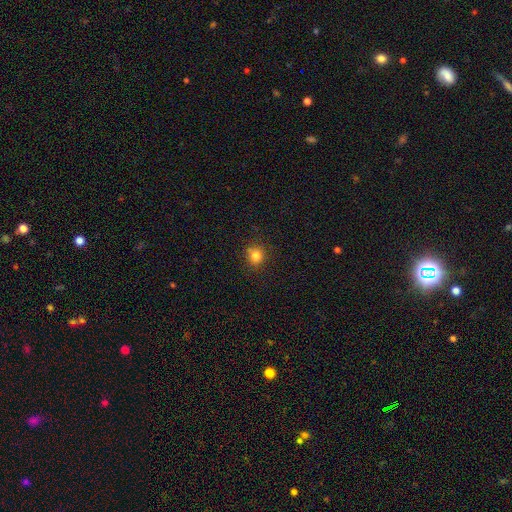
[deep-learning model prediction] Q: Smooth or featured?
A: smooth (81%); runner-up: star or artifact (13%)
Q: How rounded?
A: round (87%); runner-up: in between (12%)
Q: Merging?
A: none (80%); runner-up: minor disturbance (10%)